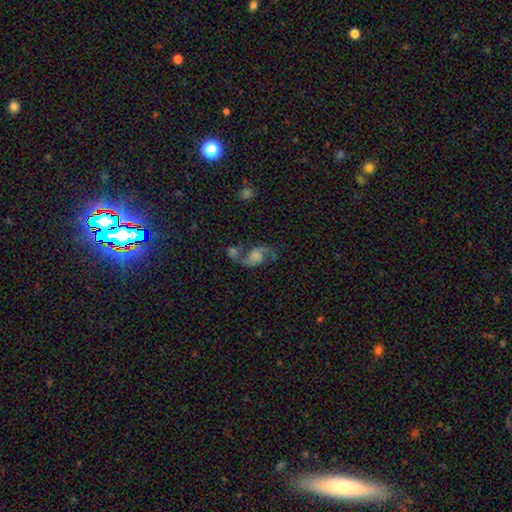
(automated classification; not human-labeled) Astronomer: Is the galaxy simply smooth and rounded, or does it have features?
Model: featured or disk — 73%.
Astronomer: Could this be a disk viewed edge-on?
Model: no — 96%.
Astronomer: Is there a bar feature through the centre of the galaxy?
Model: no — 61%.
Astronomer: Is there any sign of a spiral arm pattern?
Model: yes — 92%.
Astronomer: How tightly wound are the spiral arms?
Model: loose — 65%.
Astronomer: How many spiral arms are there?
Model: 2 — 91%.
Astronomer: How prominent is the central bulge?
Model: moderate — 36% (runner-up: small, 22%).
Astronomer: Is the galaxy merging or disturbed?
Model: none — 51%.